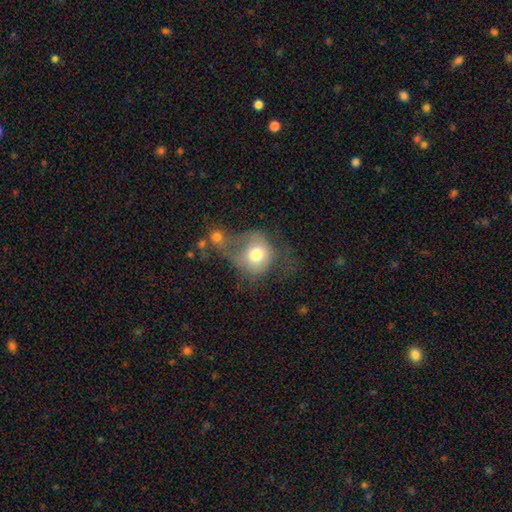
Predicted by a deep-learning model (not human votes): A smooth galaxy with no disk features (61%) that is round (73%).

Vote fractions:
- Smooth or featured? smooth: 61% / featured or disk: 27% / star or artifact: 12%
- How rounded? round: 73% / in between: 25% / cigar-shaped: 1%
- Merging? none: 31% / major disturbance: 25% / merger: 24% / minor disturbance: 20%